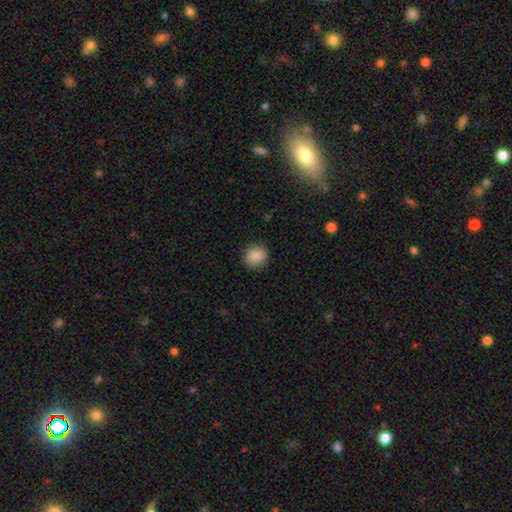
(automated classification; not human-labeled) A smooth galaxy with no disk features (87%) that is round (78%).

Vote fractions:
- Smooth or featured? smooth: 87% / star or artifact: 8% / featured or disk: 4%
- How rounded? round: 78% / in between: 21% / cigar-shaped: 1%
- Merging? none: 88% / minor disturbance: 8% / major disturbance: 3% / merger: 1%